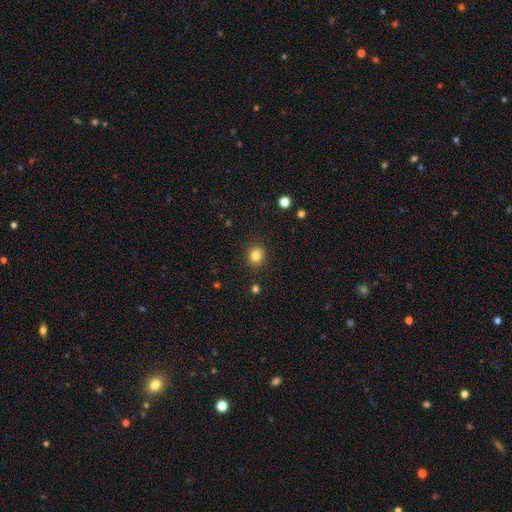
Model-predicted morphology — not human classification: The model was most divided on "smooth or featured": smooth: 82%, star or artifact: 12%, featured or disk: 6%. More confident: merging — none (90%); how rounded — round (85%).